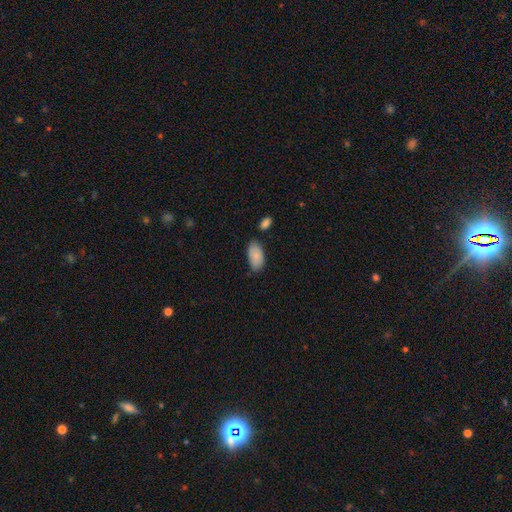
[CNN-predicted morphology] Smooth or featured?
  - smooth: 84% *
  - featured or disk: 10%
  - star or artifact: 6%
How rounded?
  - in between: 95% *
  - round: 3%
  - cigar-shaped: 2%
Merging?
  - none: 69% *
  - minor disturbance: 21%
  - merger: 6%
  - major disturbance: 4%